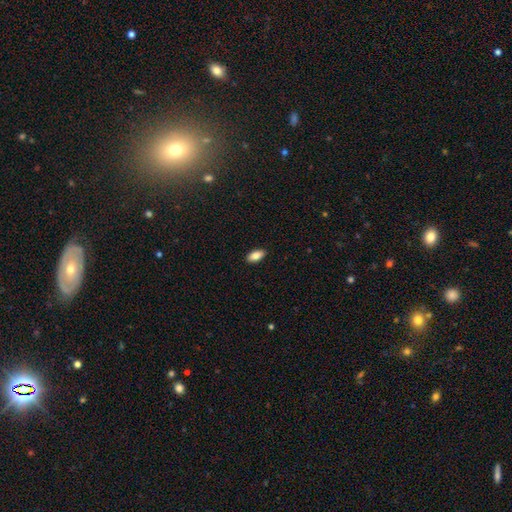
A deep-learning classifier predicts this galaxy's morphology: Smooth or featured? smooth (84%)
How rounded? in between (91%)
Merging? none (89%)